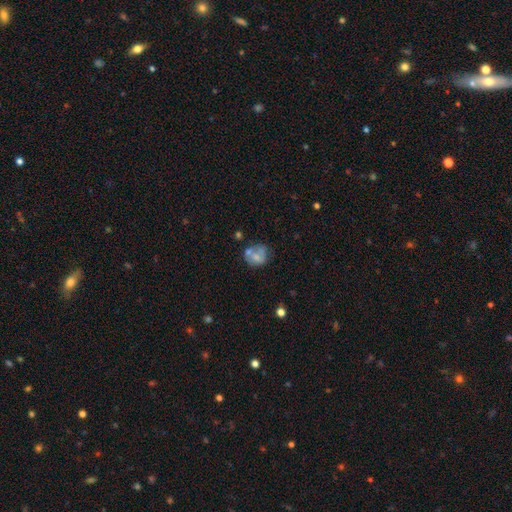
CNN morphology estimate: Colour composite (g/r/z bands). It shows a smooth galaxy with no disk features (55%) that is round (64%). Merging: none (36%).